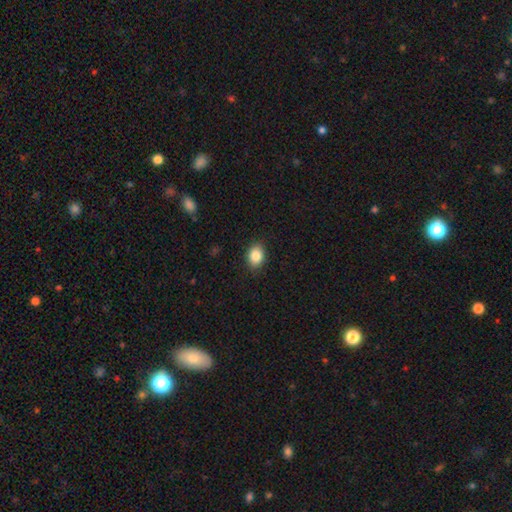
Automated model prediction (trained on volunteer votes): smooth-or-featured: smooth: 86% | star or artifact: 8% | featured or disk: 5%
  how-rounded: in between: 67% | round: 32% | cigar-shaped: 1%
  merging: none: 88% | minor disturbance: 9% | major disturbance: 2% | merger: 1%